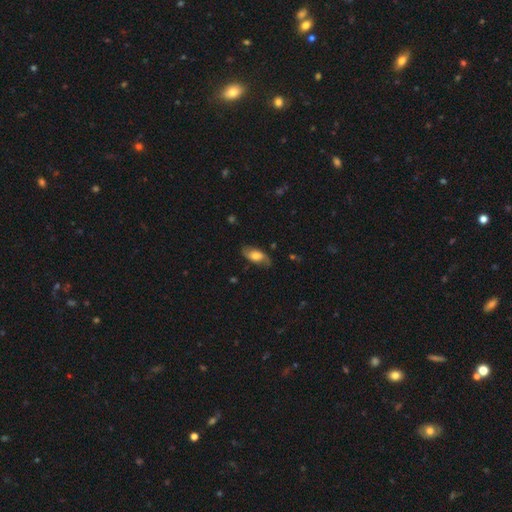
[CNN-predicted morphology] Smooth or featured: smooth — 52% (featured or disk — 41%)
How rounded: in between — 88% (cigar-shaped — 8%)
Merging: none — 73% (minor disturbance — 20%)